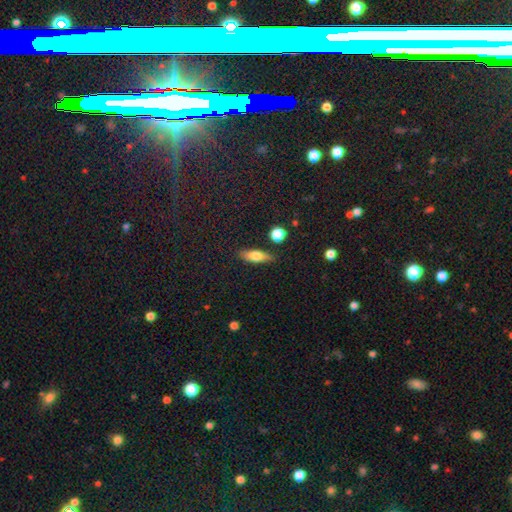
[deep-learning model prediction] Smooth or featured? smooth (65%)
How rounded? in between (56%)
Merging? none (81%)